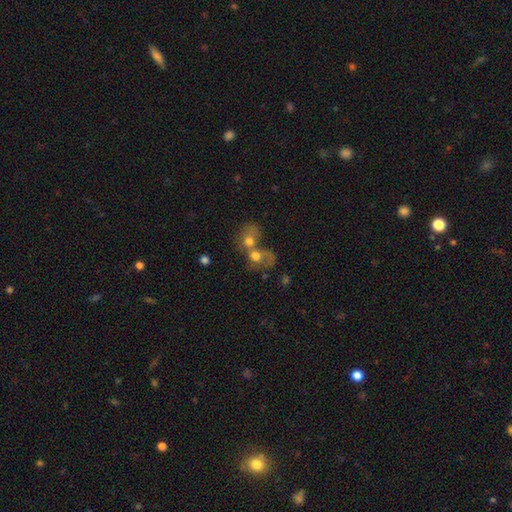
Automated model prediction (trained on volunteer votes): smooth 62%, featured or disk 27%, star or artifact 11%. Down the decision tree: how rounded — round (58%); merging — merger (76%).